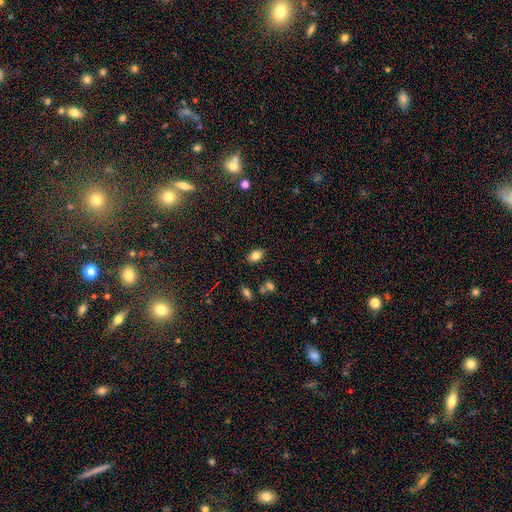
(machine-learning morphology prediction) Smooth or featured: smooth — 81% (star or artifact — 11%)
How rounded: in between — 80% (round — 19%)
Merging: none — 84% (minor disturbance — 10%)